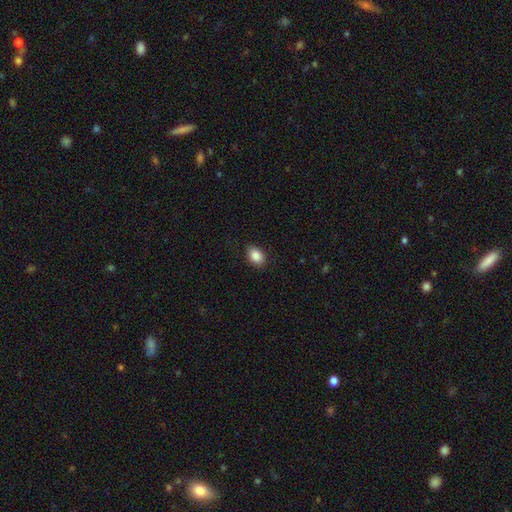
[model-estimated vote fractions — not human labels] A smooth galaxy with no disk features (87%) that is in between round and cigar-shaped (82%).

Vote fractions:
- Smooth or featured? smooth: 87% / star or artifact: 8% / featured or disk: 5%
- How rounded? in between: 82% / round: 17% / cigar-shaped: 1%
- Merging? none: 87% / minor disturbance: 10% / major disturbance: 2% / merger: 1%